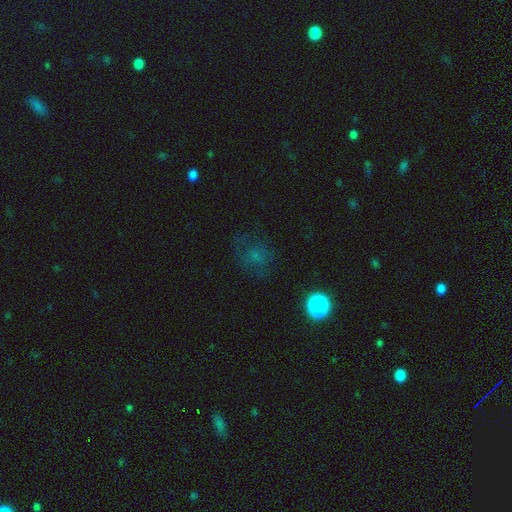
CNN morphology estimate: Smooth or featured? Predicted: smooth (p=0.48). Merging? Predicted: none (p=0.63).